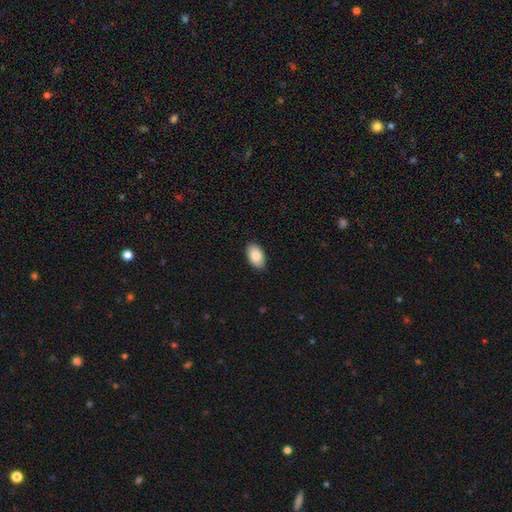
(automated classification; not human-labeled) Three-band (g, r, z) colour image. It shows a smooth galaxy with no disk features (86%) that is in between round and cigar-shaped (93%). Merging: none (87%).